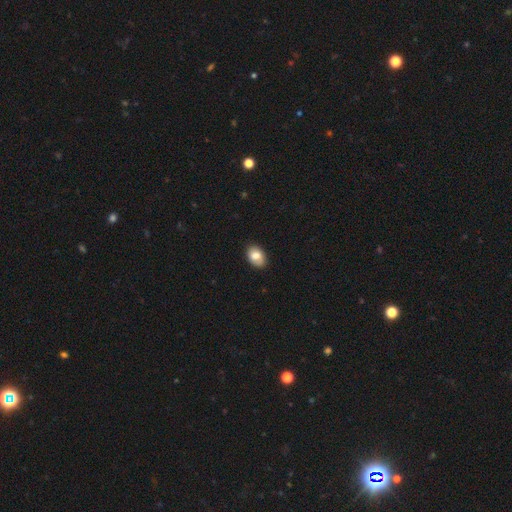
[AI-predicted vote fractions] smooth 80%, featured or disk 13%, star or artifact 7%. Down the decision tree: how rounded — in between (83%); merging — none (83%).